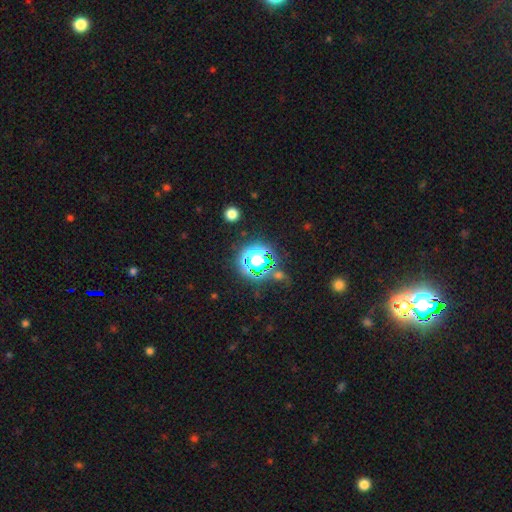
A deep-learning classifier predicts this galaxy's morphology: Overall: star or artifact (61%; smooth 28%).